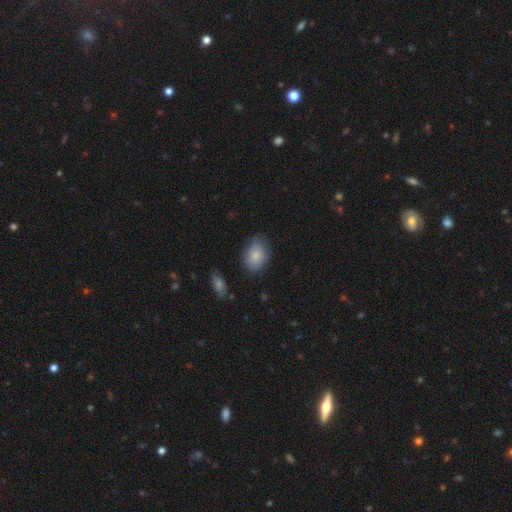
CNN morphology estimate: The model was most divided on "merging": none: 71%, minor disturbance: 22%, major disturbance: 5%, merger: 2%. More confident: smooth or featured — smooth (84%); how rounded — in between (75%).